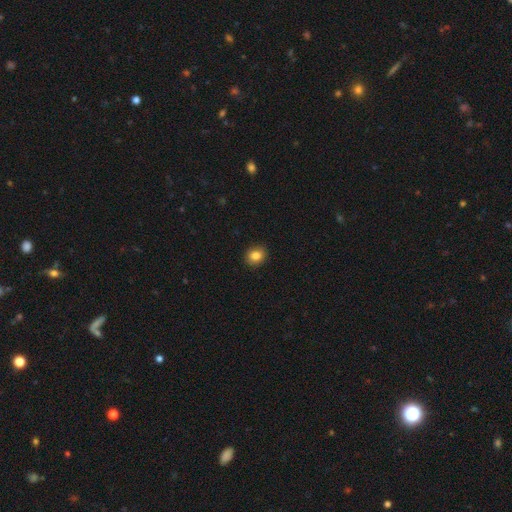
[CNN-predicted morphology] type=smooth (85%); roundness=round (62%); merging=none (91%).